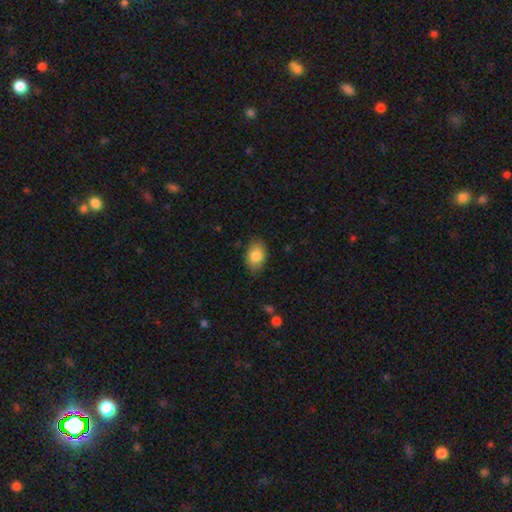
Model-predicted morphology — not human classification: smooth_or_featured: smooth (p=0.84) [alt: featured or disk p=0.09]
how_rounded: in between (p=0.87) [alt: round p=0.12]
merging: none (p=0.84) [alt: minor disturbance p=0.12]